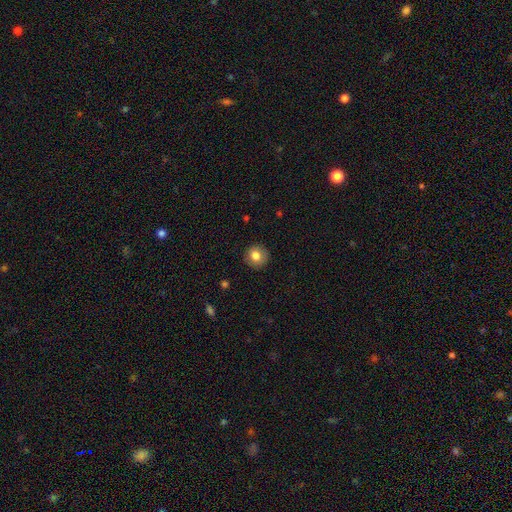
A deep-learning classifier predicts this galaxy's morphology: The model was most divided on "smooth or featured": smooth: 81%, featured or disk: 10%, star or artifact: 9%. More confident: how rounded — round (91%); merging — none (90%).